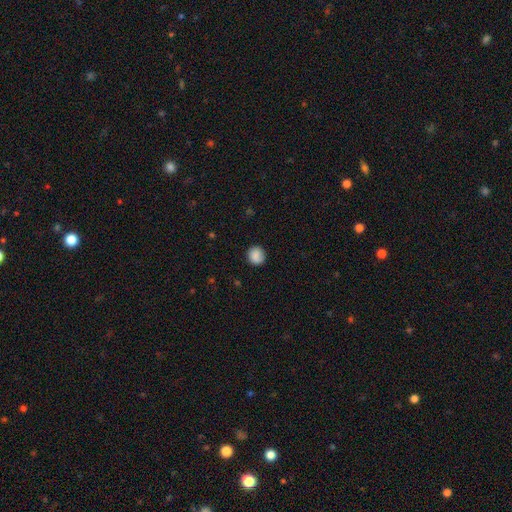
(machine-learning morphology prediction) The model was most divided on "merging": none: 86%, minor disturbance: 10%, major disturbance: 3%, merger: 1%. More confident: how rounded — round (90%); smooth or featured — smooth (86%).